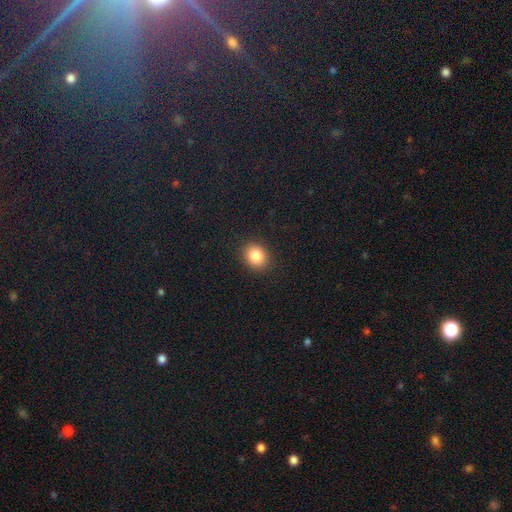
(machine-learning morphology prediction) smooth-or-featured: smooth: 84% | star or artifact: 10% | featured or disk: 6%
  how-rounded: round: 63% | in between: 37% | cigar-shaped: 1%
  merging: none: 90% | minor disturbance: 7% | major disturbance: 2% | merger: 1%